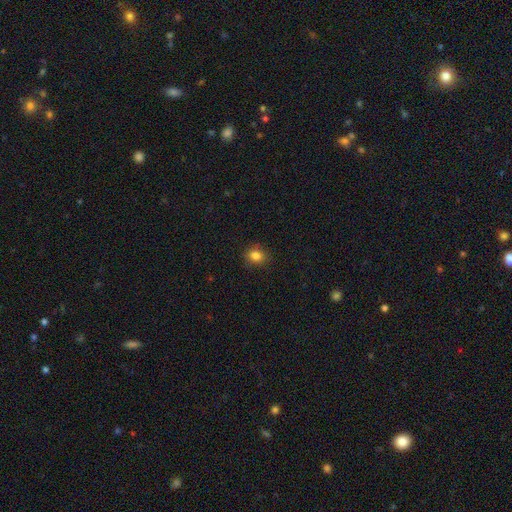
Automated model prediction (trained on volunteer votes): Smooth or featured?
  - smooth: 83% *
  - star or artifact: 12%
  - featured or disk: 5%
How rounded?
  - round: 65% *
  - in between: 34%
  - cigar-shaped: 1%
Merging?
  - none: 86% *
  - minor disturbance: 11%
  - major disturbance: 2%
  - merger: 1%